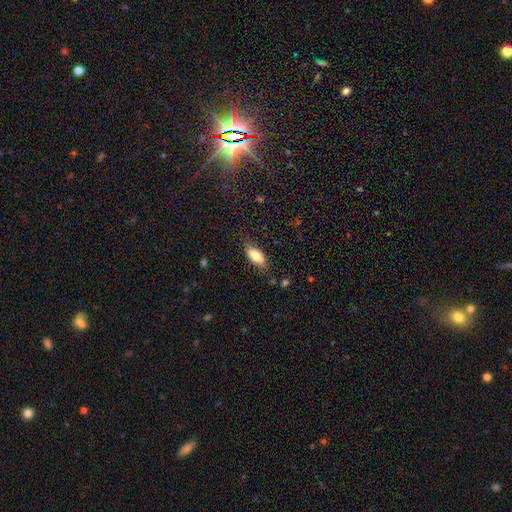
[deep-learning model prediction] Q: Smooth or featured?
A: smooth (76%); runner-up: featured or disk (17%)
Q: How rounded?
A: in between (88%); runner-up: cigar-shaped (9%)
Q: Merging?
A: none (78%); runner-up: minor disturbance (16%)